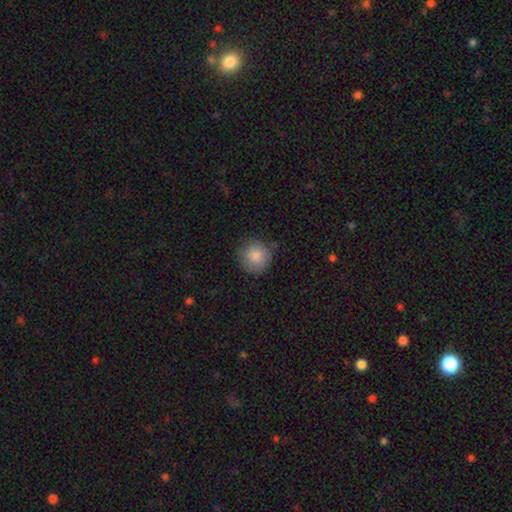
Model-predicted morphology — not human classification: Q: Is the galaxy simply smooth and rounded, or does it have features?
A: smooth — 86%.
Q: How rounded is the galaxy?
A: round — 92%.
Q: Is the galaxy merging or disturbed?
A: none — 75%.